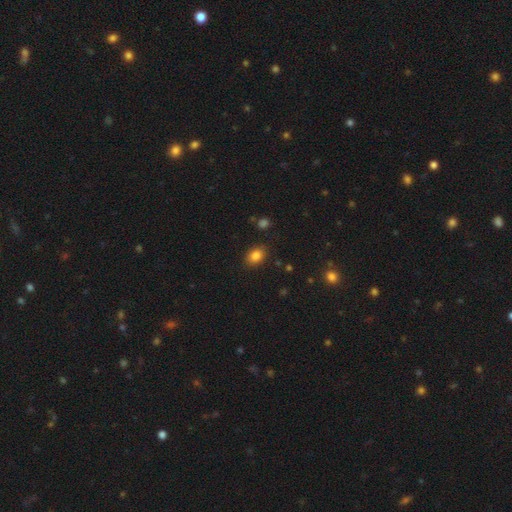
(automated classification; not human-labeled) The model was most divided on "how rounded": in between: 69%, round: 30%, cigar-shaped: 1%. More confident: merging — none (86%); smooth or featured — smooth (83%).